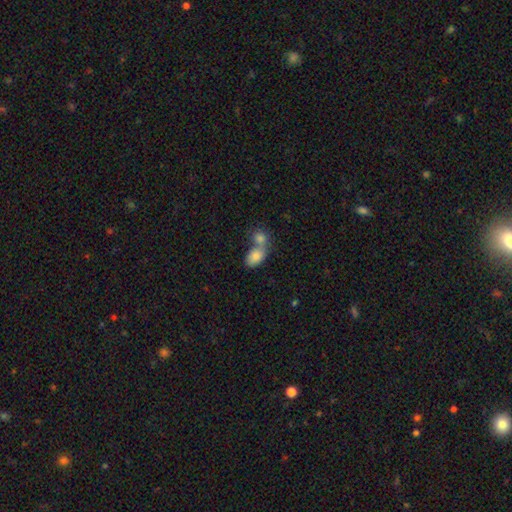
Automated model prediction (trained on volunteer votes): This is clearly a smooth galaxy (82%). How rounded: clearly in between (82%). Merging: likely merger (62%).